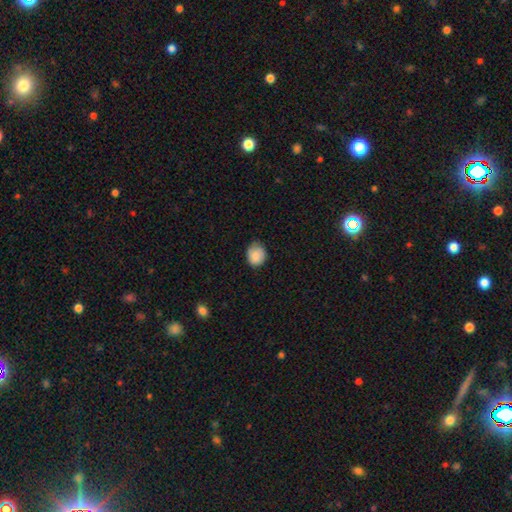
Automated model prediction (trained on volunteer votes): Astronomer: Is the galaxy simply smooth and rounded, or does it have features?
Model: smooth — 84%.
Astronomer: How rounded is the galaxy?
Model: round — 63%.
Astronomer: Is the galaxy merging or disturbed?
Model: none — 66%.